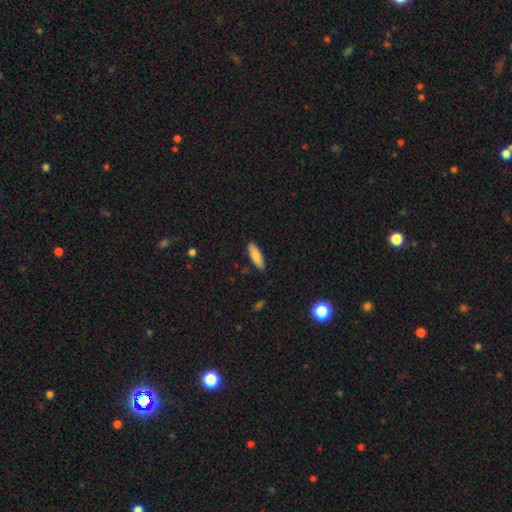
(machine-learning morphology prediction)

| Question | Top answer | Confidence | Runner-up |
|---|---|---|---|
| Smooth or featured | smooth | 82% | featured or disk (12%) |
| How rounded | cigar-shaped | 50% | in between (49%) |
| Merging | none | 88% | minor disturbance (9%) |